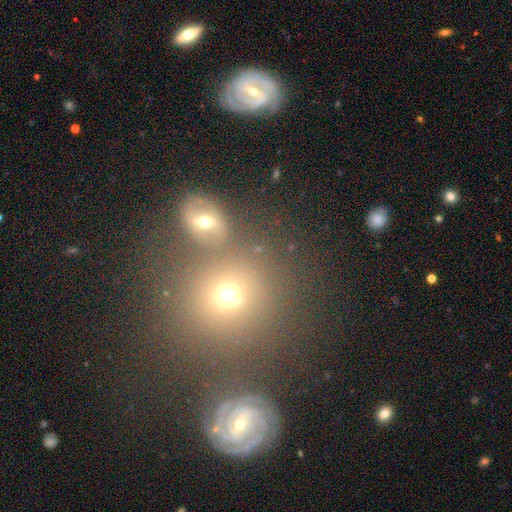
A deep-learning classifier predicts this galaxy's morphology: The model was most divided on "smooth or featured": smooth: 54%, star or artifact: 29%, featured or disk: 18%. More confident: how rounded — round (85%); merging — none (67%).